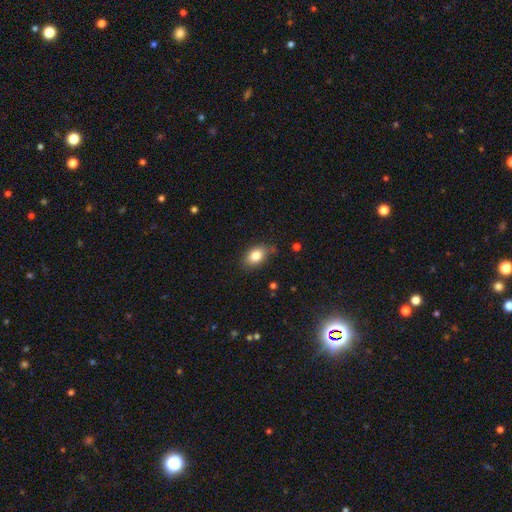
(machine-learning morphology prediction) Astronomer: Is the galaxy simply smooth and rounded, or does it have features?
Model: smooth — 82%.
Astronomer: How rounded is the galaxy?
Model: in between — 84%.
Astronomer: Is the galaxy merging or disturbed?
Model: none — 78%.